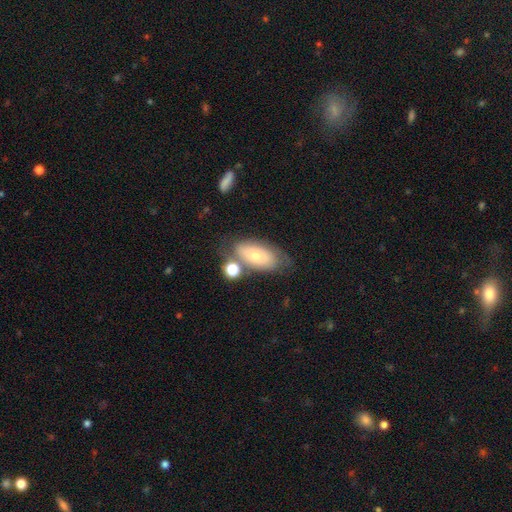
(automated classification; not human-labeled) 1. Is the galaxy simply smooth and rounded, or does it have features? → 64% smooth, 28% featured or disk, 8% star or artifact.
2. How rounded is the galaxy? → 89% in between, 6% cigar-shaped, 5% round.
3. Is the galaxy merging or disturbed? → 55% none, 21% minor disturbance, 14% merger, 9% major disturbance.